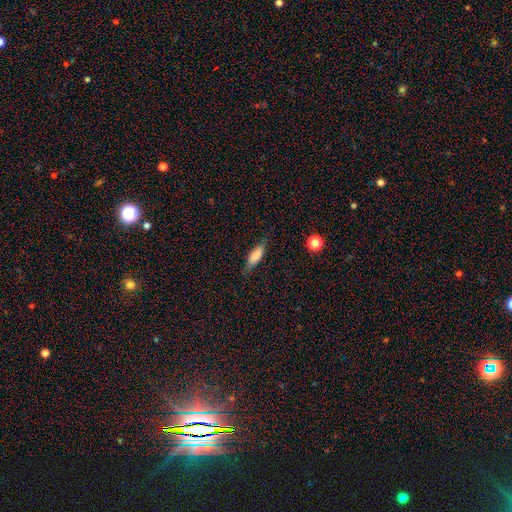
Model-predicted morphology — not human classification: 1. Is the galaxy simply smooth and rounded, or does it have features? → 79% smooth, 14% featured or disk, 7% star or artifact.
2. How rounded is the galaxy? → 60% in between, 38% cigar-shaped, 2% round.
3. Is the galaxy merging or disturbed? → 77% none, 18% minor disturbance, 4% major disturbance, 1% merger.